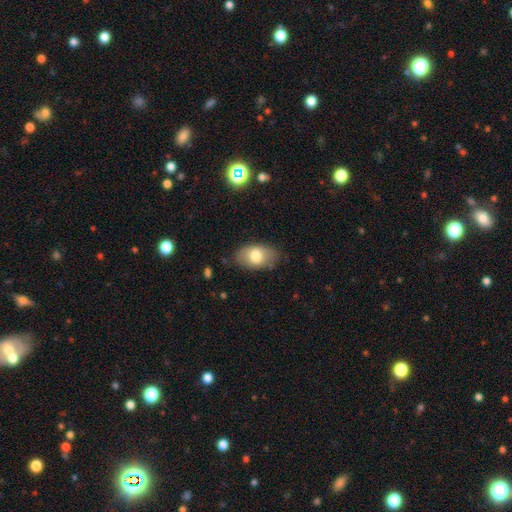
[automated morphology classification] This appears to be a smooth galaxy with no disk features (73%) that is in between round and cigar-shaped (91%). Merging: none (77%).